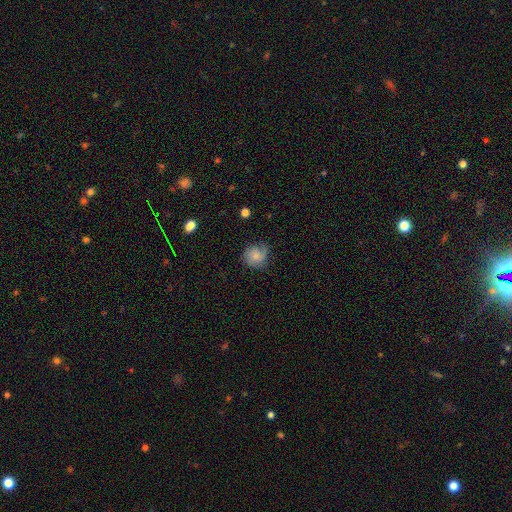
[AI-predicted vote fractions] smooth_or_featured: smooth (p=0.54) [alt: featured or disk p=0.37]
how_rounded: round (p=0.79) [alt: in between p=0.20]
merging: none (p=0.61) [alt: minor disturbance p=0.26]